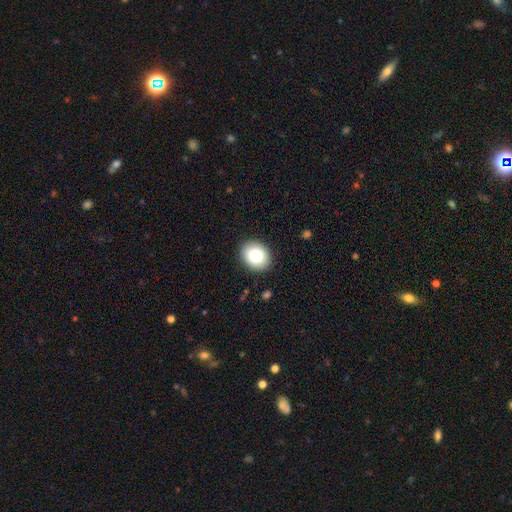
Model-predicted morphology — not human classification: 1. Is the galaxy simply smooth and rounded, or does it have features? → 83% smooth, 9% featured or disk, 8% star or artifact.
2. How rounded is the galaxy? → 52% round, 48% in between, 1% cigar-shaped.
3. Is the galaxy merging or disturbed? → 90% none, 7% minor disturbance, 2% major disturbance, 1% merger.